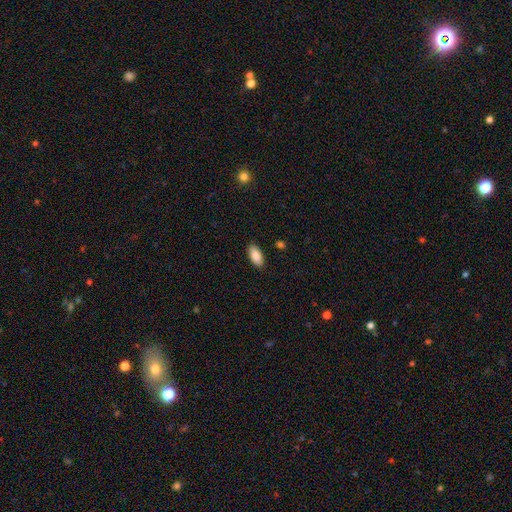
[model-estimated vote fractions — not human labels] Smooth or featured?
  - smooth: 88% *
  - star or artifact: 6%
  - featured or disk: 5%
How rounded?
  - in between: 91% *
  - cigar-shaped: 7%
  - round: 2%
Merging?
  - none: 88% *
  - minor disturbance: 8%
  - major disturbance: 2%
  - merger: 1%